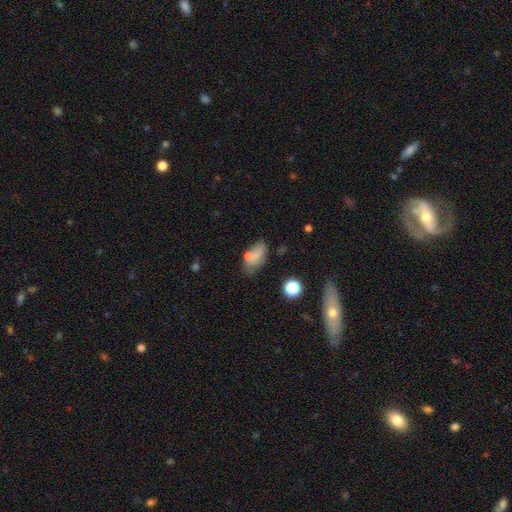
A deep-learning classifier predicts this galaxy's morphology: Smooth or featured? smooth (70%)
How rounded? in between (87%)
Merging? none (47%)